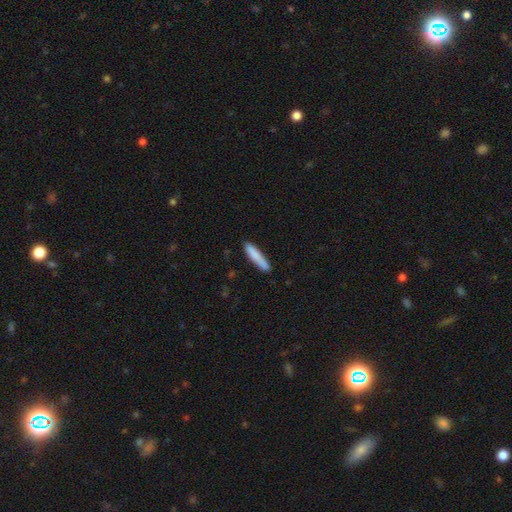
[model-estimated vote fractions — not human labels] smooth 83%, featured or disk 11%, star or artifact 6%. Down the decision tree: how rounded — cigar-shaped (89%); merging — none (82%).